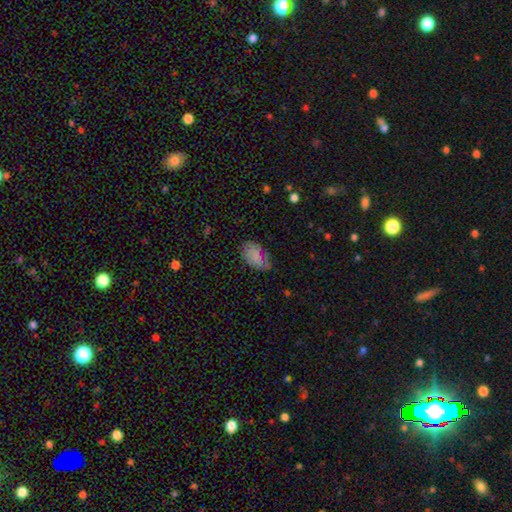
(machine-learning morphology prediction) type=smooth (81%); roundness=in between (92%); merging=none (62%).